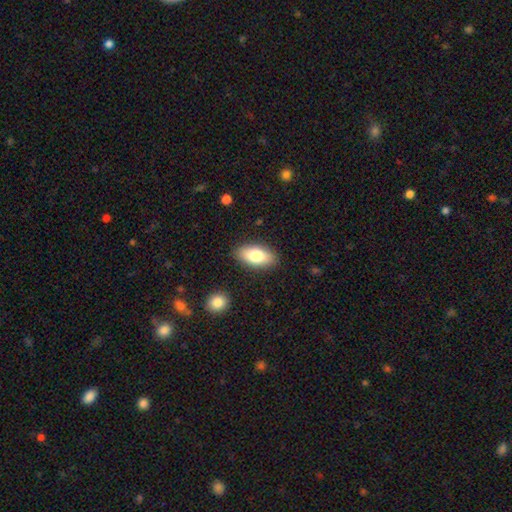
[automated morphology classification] A smooth galaxy with no disk features (79%) that is in between round and cigar-shaped (90%).

Vote fractions:
- Smooth or featured? smooth: 79% / featured or disk: 14% / star or artifact: 7%
- How rounded? in between: 90% / cigar-shaped: 7% / round: 3%
- Merging? none: 87% / minor disturbance: 9% / major disturbance: 2% / merger: 2%